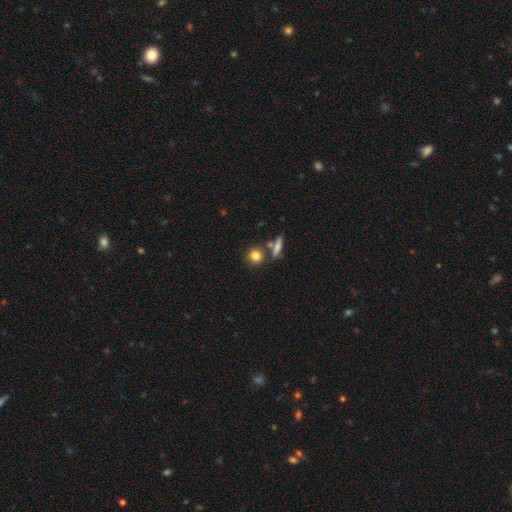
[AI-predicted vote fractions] Morphology: type=smooth (82%); roundness=round (85%); merging=none (74%).